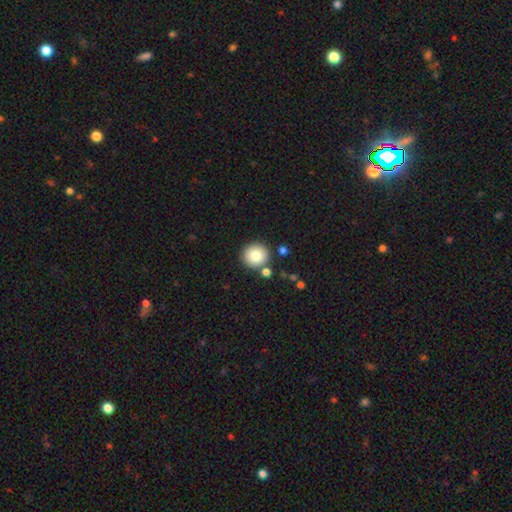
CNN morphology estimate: smooth_or_featured: smooth (p=0.83) [alt: star or artifact p=0.09]
how_rounded: round (p=0.93) [alt: in between p=0.06]
merging: none (p=0.82) [alt: merger p=0.09]